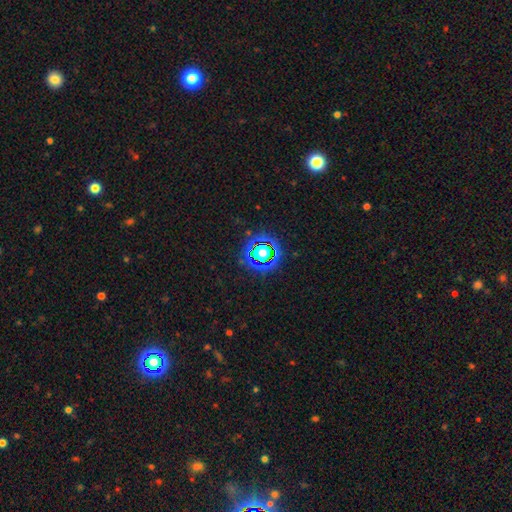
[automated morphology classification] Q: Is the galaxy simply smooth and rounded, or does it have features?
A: star or artifact — 80%.